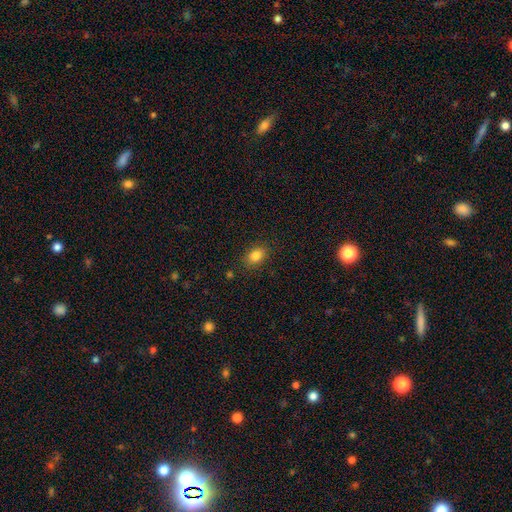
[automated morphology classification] This is clearly a smooth galaxy (83%). How rounded: likely in between (74%). Merging: clearly none (85%).